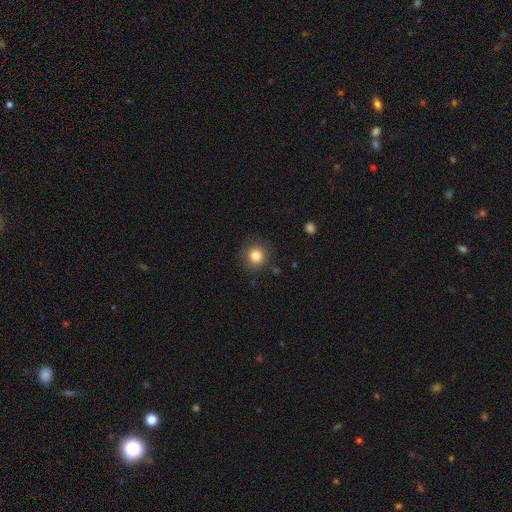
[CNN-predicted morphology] Q: Smooth or featured?
A: smooth (84%); runner-up: star or artifact (11%)
Q: How rounded?
A: round (91%); runner-up: in between (8%)
Q: Merging?
A: none (87%); runner-up: minor disturbance (9%)